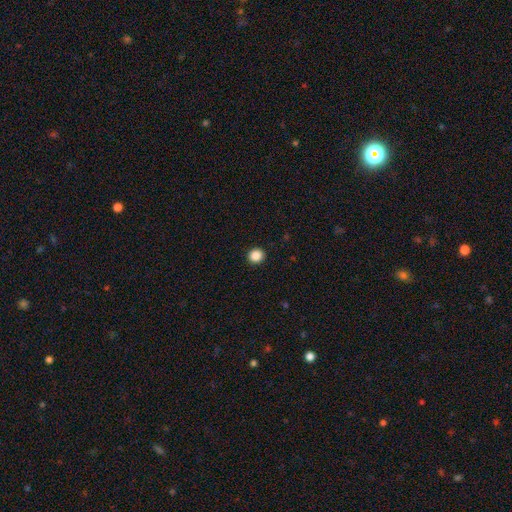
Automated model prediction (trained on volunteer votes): Morphology: type=smooth (87%); roundness=round (90%); merging=none (93%).